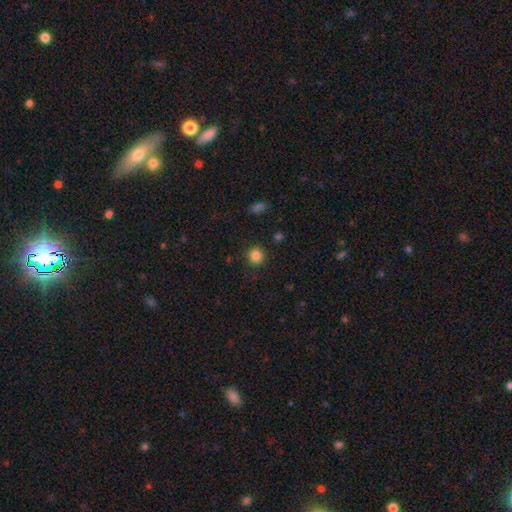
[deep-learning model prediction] This is clearly a smooth galaxy (85%). How rounded: clearly round (90%). Merging: clearly none (89%).